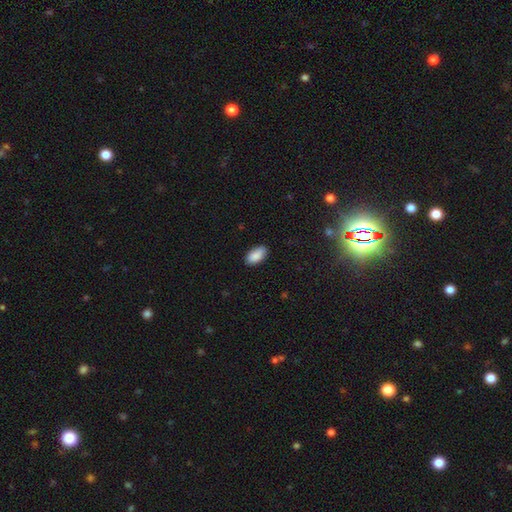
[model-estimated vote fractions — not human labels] Smooth or featured? smooth (89%)
How rounded? in between (95%)
Merging? none (85%)